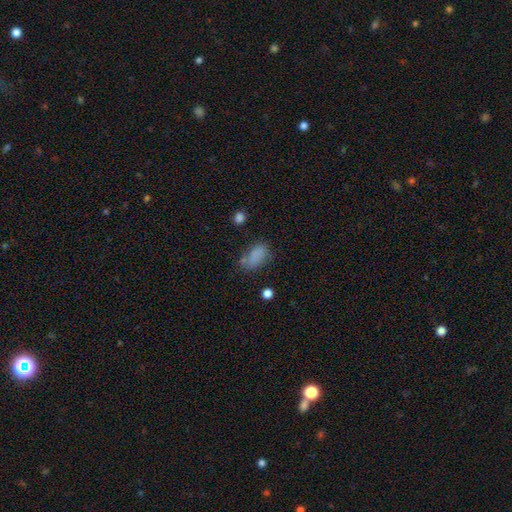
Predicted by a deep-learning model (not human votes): Overall: smooth (79%). How rounded: in between (88%). Merging: none (58%; minor disturbance 23%).